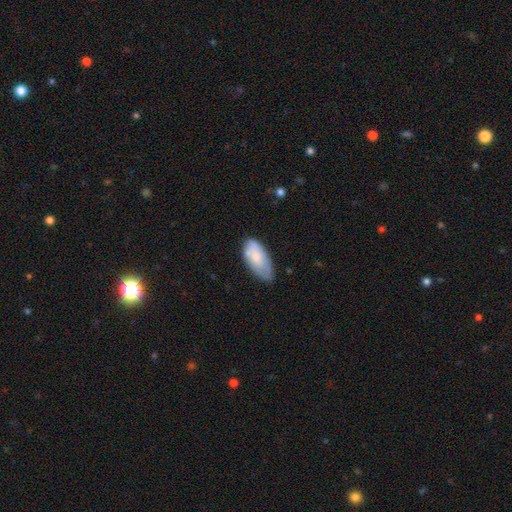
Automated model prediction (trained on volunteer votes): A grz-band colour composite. It shows a smooth galaxy with no disk features (72%) that is in between round and cigar-shaped (93%). Merging: none (56%).